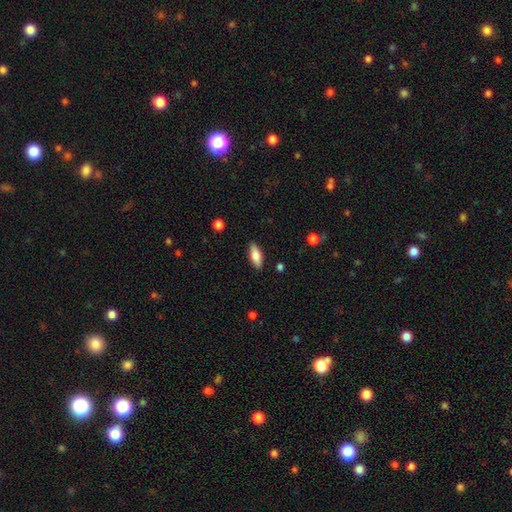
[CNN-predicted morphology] smooth-or-featured: smooth: 75% | featured or disk: 19% | star or artifact: 6%
  how-rounded: in between: 70% | cigar-shaped: 27% | round: 2%
  merging: none: 87% | minor disturbance: 9% | major disturbance: 2% | merger: 1%